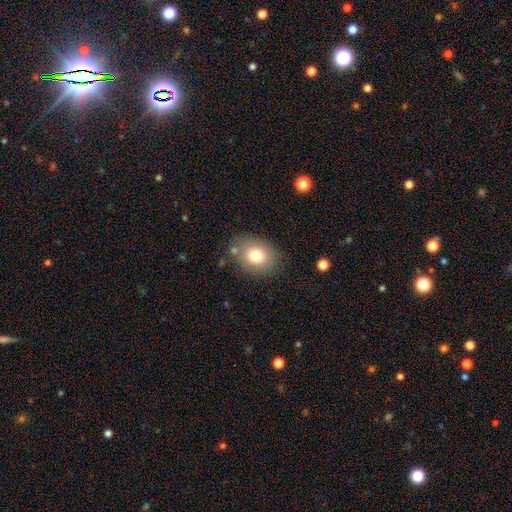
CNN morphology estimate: Smooth or featured? Predicted: smooth (p=0.76). How rounded? Predicted: in between (p=0.54). Merging? Predicted: none (p=0.76).